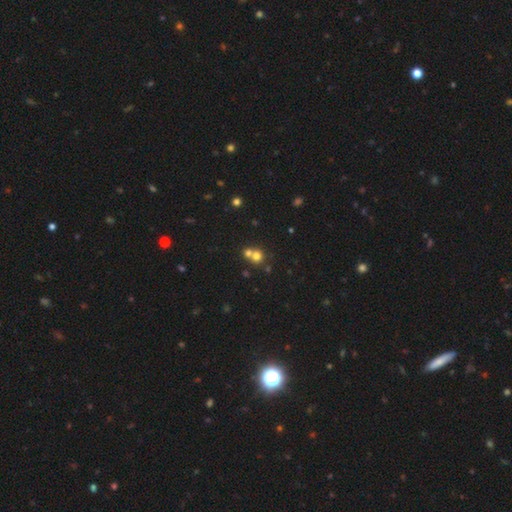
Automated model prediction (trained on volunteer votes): Smooth or featured? Predicted: smooth (p=0.70). How rounded? Predicted: round (p=0.86). Merging? Predicted: merger (p=0.51).